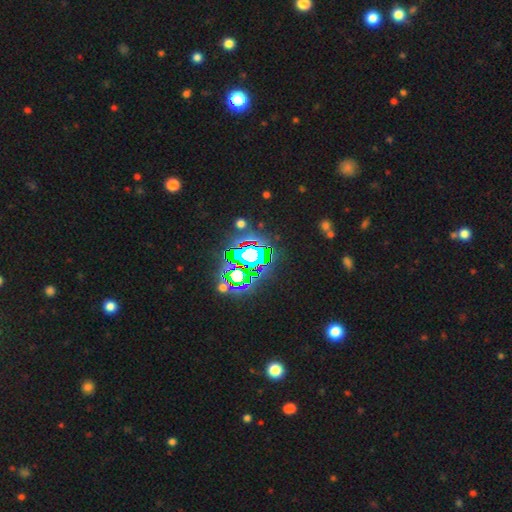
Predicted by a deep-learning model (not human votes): A star or artifact, not a galaxy (79%).